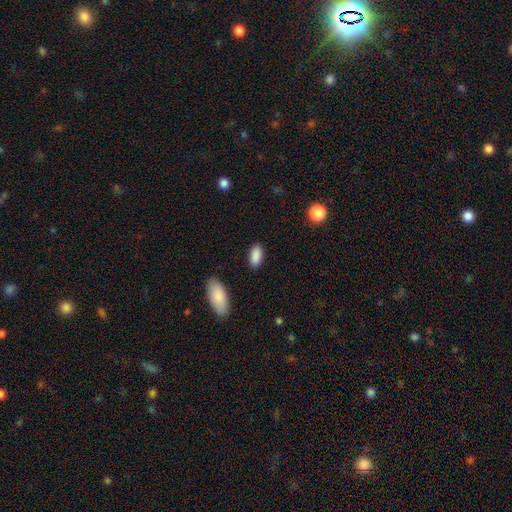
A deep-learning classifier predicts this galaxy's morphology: smooth_or_featured: smooth (p=0.89) [alt: star or artifact p=0.07]
how_rounded: in between (p=0.92) [alt: cigar-shaped p=0.05]
merging: none (p=0.87) [alt: minor disturbance p=0.09]